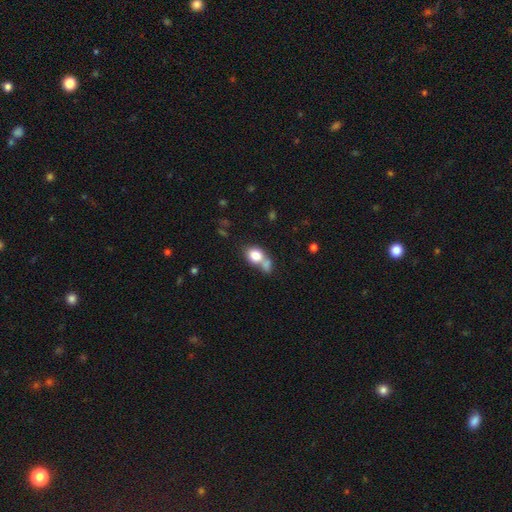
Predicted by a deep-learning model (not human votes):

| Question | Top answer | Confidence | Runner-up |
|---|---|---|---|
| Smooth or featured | smooth | 78% | featured or disk (13%) |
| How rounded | in between | 53% | round (45%) |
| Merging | merger | 49% | none (34%) |